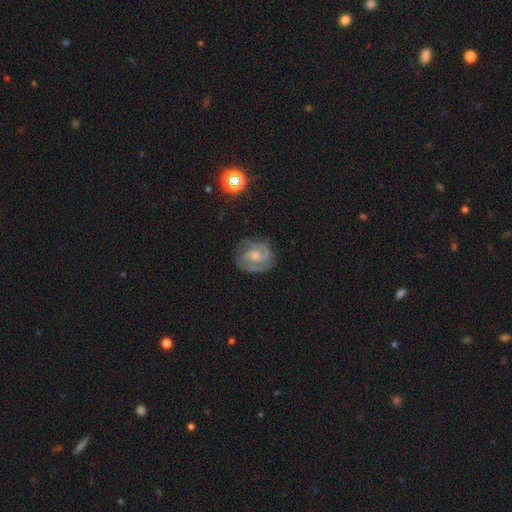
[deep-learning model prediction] Smooth or featured? Predicted: featured or disk (p=0.71). Edge-on disk? Predicted: no (p=0.98). Bar? Predicted: no (p=0.63). Spiral arms? Predicted: yes (p=0.87). Spiral winding? Predicted: tight (p=0.46). Spiral arm count? Predicted: 2 (p=0.47). Bulge size? Predicted: moderate (p=0.44). Merging? Predicted: none (p=0.67).